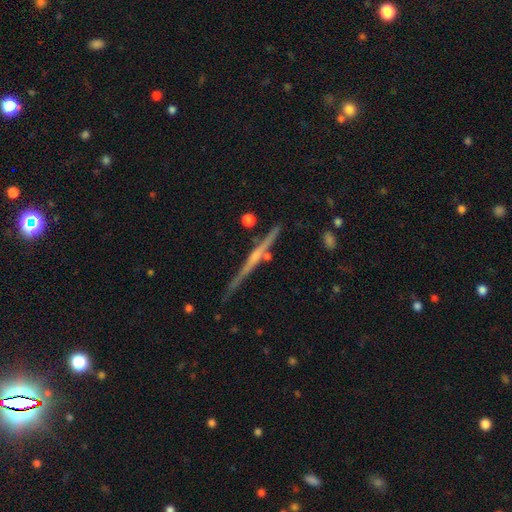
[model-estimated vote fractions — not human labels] This is likely a featured or disk galaxy (75%). It is clearly viewed edge-on (98%). Edge-on bulge: possibly none (45%, tied with rounded). Merging: clearly none (82%).